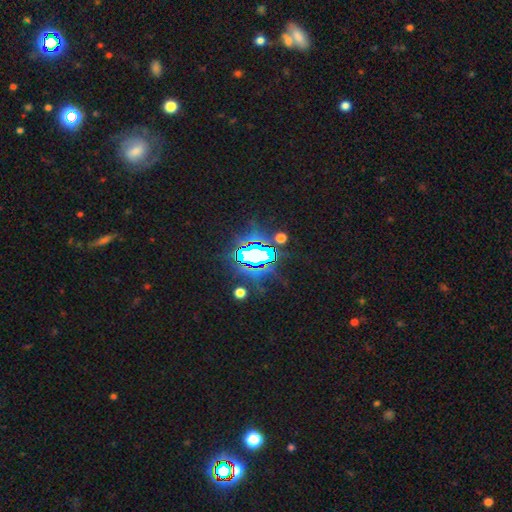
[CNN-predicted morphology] A star or artifact, not a galaxy (70%).

Vote fractions:
- Smooth or featured? star or artifact: 70% / featured or disk: 16% / smooth: 14%